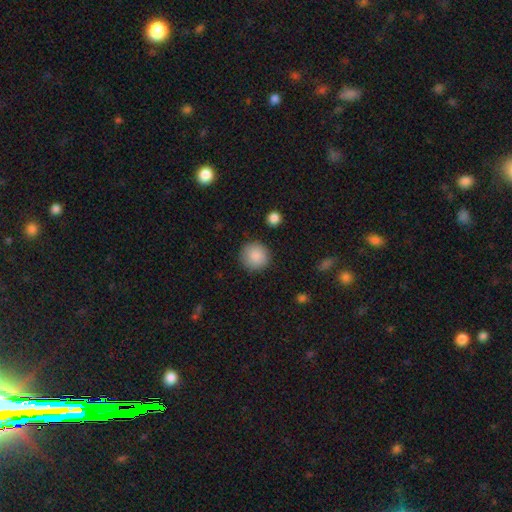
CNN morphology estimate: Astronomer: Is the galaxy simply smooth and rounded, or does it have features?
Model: smooth — 88%.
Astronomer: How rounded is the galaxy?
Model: round — 95%.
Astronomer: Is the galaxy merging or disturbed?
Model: none — 90%.